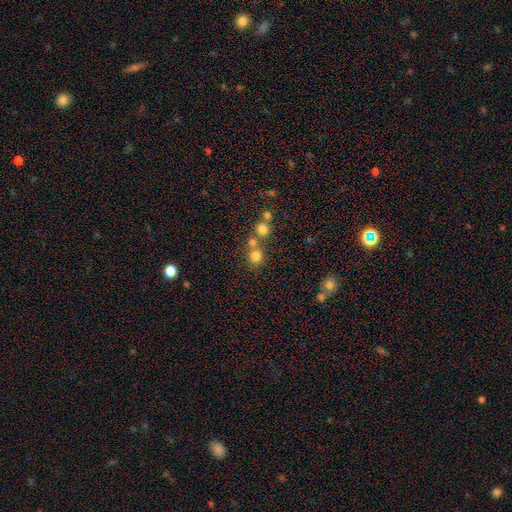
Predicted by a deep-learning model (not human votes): A smooth galaxy with no disk features (76%) that is round (81%). Merging: none (54%).